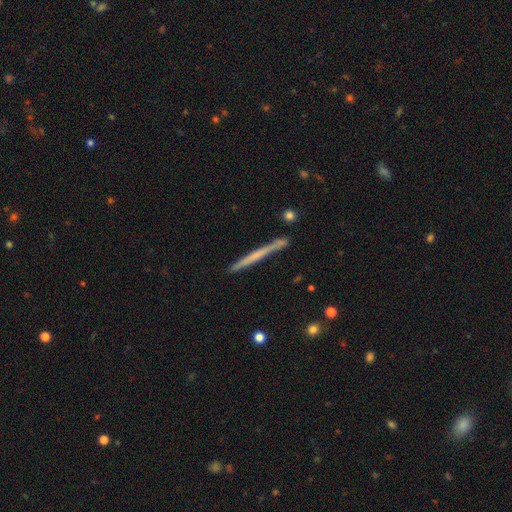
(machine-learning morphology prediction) type=featured or disk (53%); edge-on=yes (97%); edge-on bulge=none (82%); merging=none (87%).